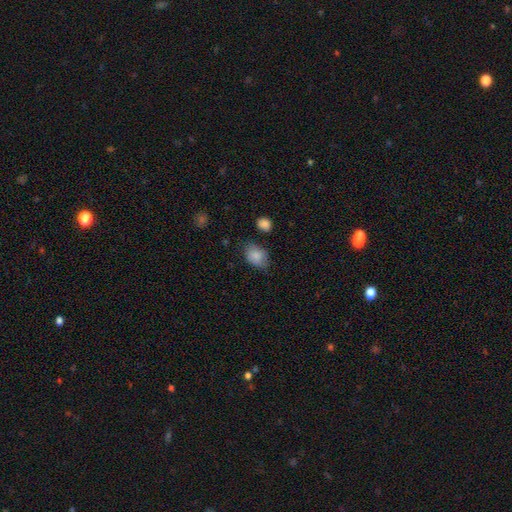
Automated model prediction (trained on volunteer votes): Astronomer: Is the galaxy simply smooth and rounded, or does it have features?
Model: smooth — 85%.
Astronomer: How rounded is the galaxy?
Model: in between — 73%.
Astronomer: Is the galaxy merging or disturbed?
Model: none — 65%.